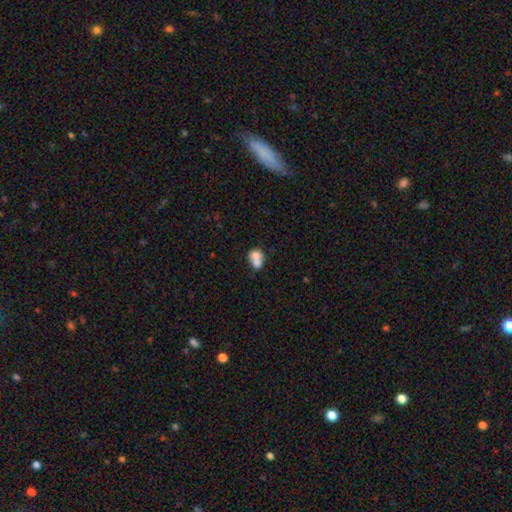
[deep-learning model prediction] A smooth galaxy with no disk features (70%) that is round (50%). Merging: merger (68%).